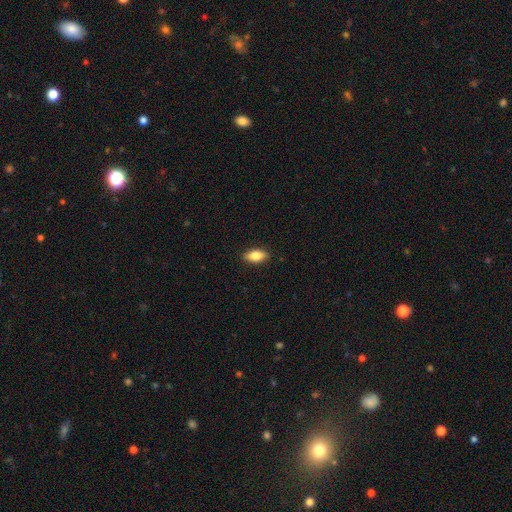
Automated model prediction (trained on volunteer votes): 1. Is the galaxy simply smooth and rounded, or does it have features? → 79% smooth, 14% featured or disk, 7% star or artifact.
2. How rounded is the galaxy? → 86% in between, 10% cigar-shaped, 4% round.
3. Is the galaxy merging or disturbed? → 89% none, 8% minor disturbance, 2% major disturbance, 1% merger.